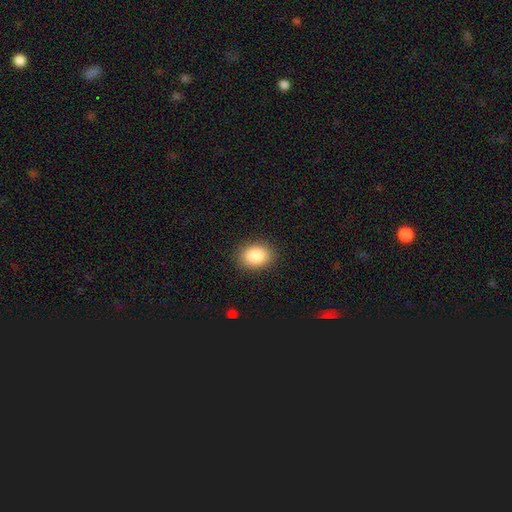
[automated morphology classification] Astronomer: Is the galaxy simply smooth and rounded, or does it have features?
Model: smooth — 88%.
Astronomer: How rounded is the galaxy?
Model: in between — 66%.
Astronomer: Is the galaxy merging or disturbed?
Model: none — 88%.